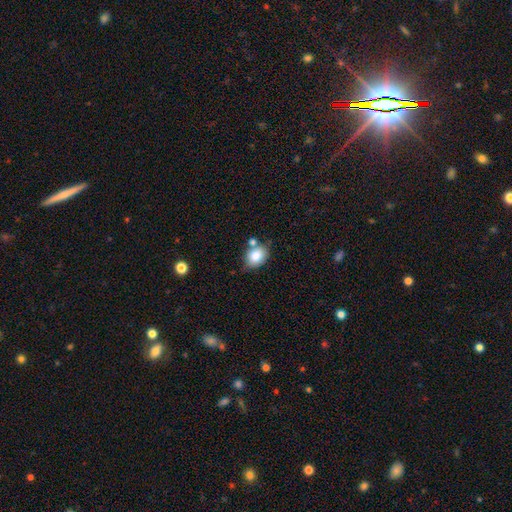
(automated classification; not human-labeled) smooth-or-featured: smooth: 82% | featured or disk: 10% | star or artifact: 9%
  how-rounded: in between: 60% | round: 39% | cigar-shaped: 1%
  merging: none: 58% | minor disturbance: 19% | merger: 18% | major disturbance: 5%